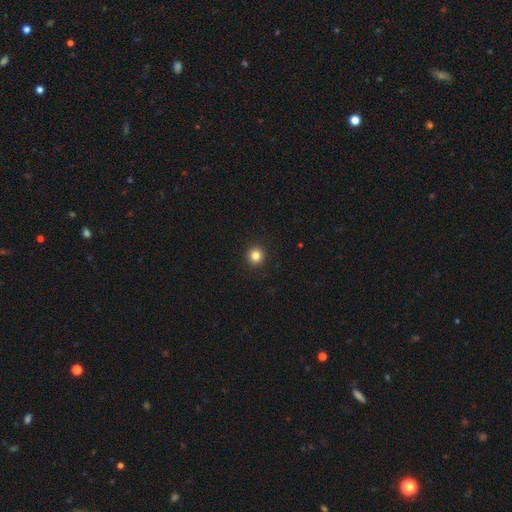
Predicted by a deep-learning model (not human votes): Smooth or featured?
  - smooth: 83% *
  - star or artifact: 12%
  - featured or disk: 5%
How rounded?
  - round: 95% *
  - in between: 4%
  - cigar-shaped: 1%
Merging?
  - none: 93% *
  - minor disturbance: 4%
  - major disturbance: 2%
  - merger: 1%